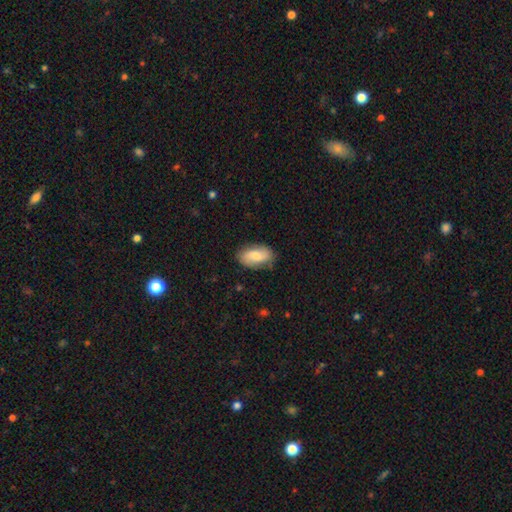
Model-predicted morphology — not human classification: Smooth or featured? smooth (68%)
How rounded? in between (92%)
Merging? none (79%)